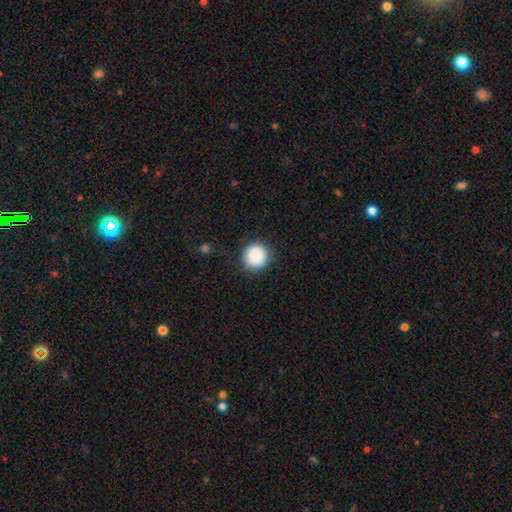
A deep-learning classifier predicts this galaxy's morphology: smooth-or-featured: smooth: 89% | star or artifact: 8% | featured or disk: 3%
  how-rounded: round: 94% | in between: 5% | cigar-shaped: 1%
  merging: none: 89% | minor disturbance: 7% | major disturbance: 2% | merger: 1%